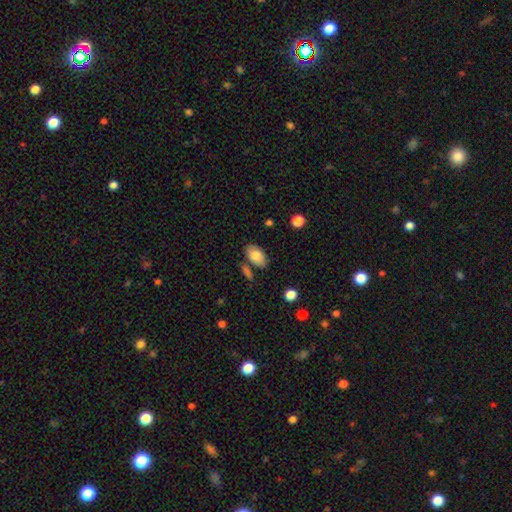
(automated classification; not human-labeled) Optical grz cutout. It shows a smooth galaxy with no disk features (82%) that is in between round and cigar-shaped (93%). Merging: none (75%).